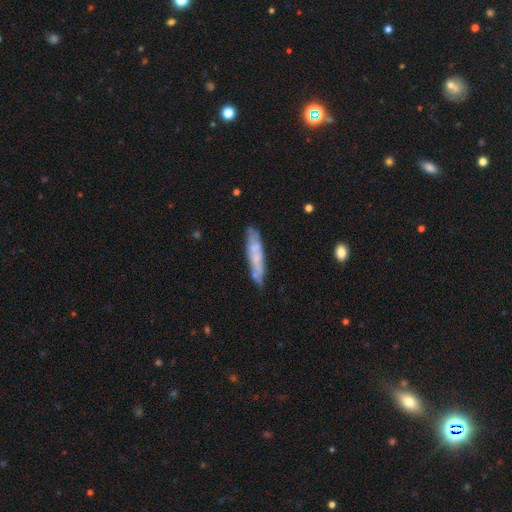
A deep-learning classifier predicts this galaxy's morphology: This is possibly a smooth galaxy (49%). Merging: likely none (73%).